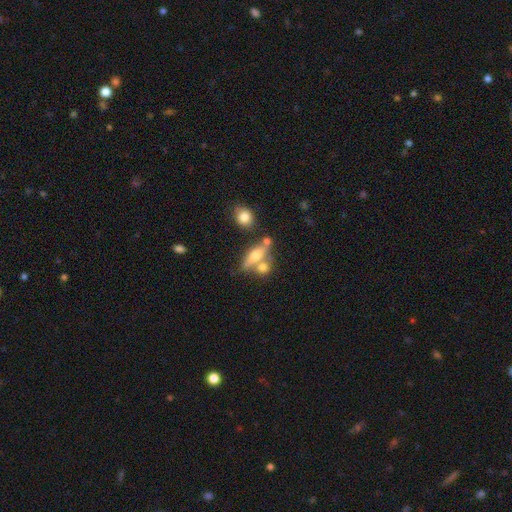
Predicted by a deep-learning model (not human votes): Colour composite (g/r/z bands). It shows a smooth galaxy with no disk features (50%). Merging: none (49%).